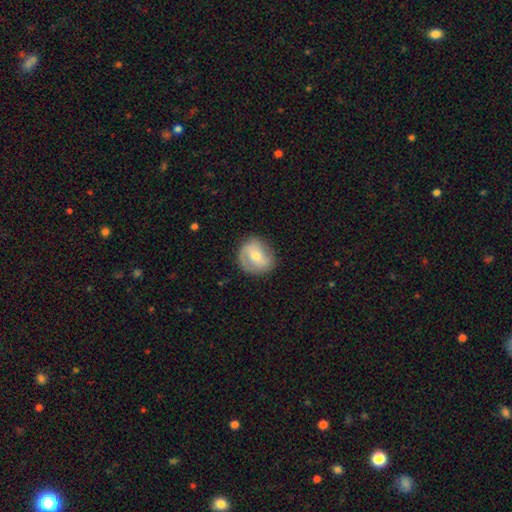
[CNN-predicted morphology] Smooth or featured? featured or disk (48%)
Merging? none (76%)